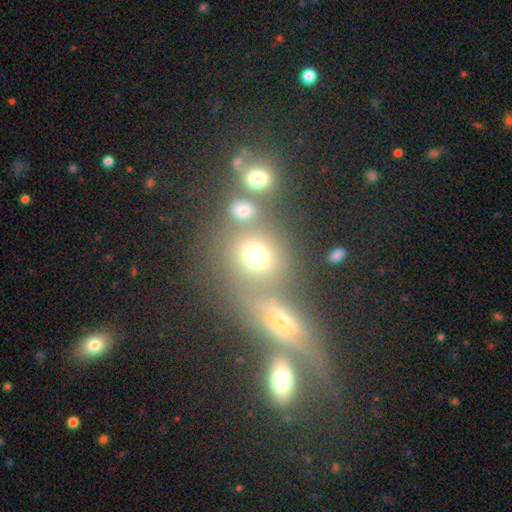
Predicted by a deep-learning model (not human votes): Smooth or featured? Predicted: smooth (p=0.72). How rounded? Predicted: round (p=0.79). Merging? Predicted: none (p=0.50).